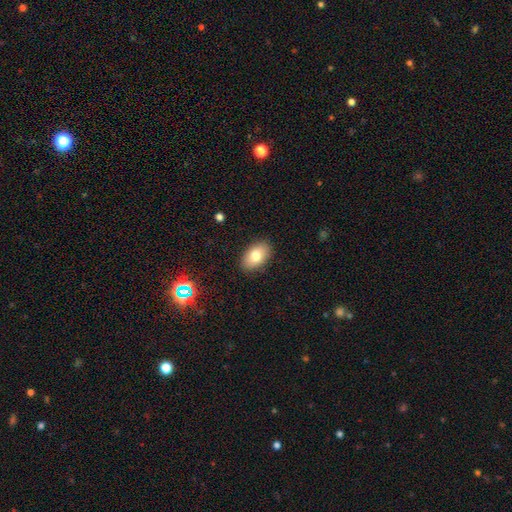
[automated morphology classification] Smooth or featured: smooth — 79% (featured or disk — 12%)
How rounded: in between — 92% (round — 7%)
Merging: none — 88% (minor disturbance — 9%)